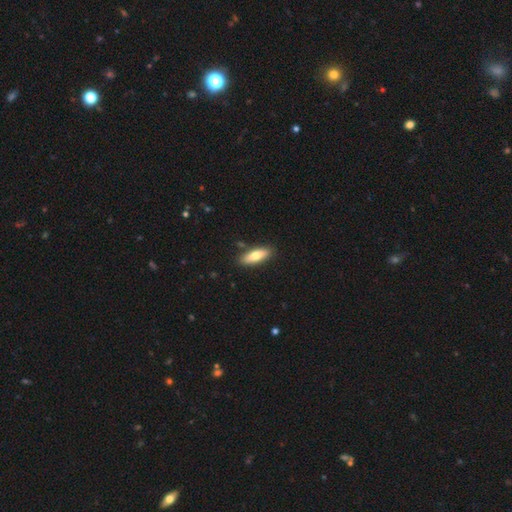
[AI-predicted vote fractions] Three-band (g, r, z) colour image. It shows a smooth galaxy with no disk features (69%) that is in between round and cigar-shaped (59%). Merging: none (86%).